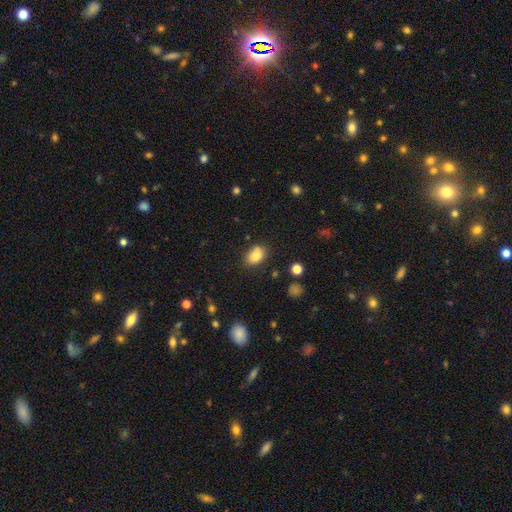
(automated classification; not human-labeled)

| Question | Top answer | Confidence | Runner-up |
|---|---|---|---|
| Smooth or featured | smooth | 83% | star or artifact (9%) |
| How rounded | in between | 80% | round (18%) |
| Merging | none | 79% | minor disturbance (15%) |